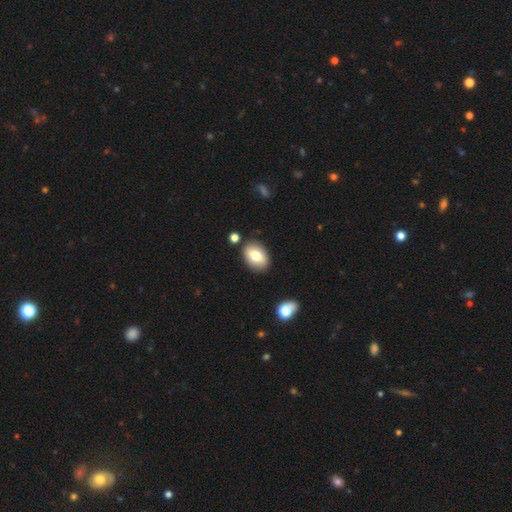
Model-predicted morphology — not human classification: Smooth or featured? Predicted: smooth (p=0.73). How rounded? Predicted: in between (p=0.81). Merging? Predicted: none (p=0.84).